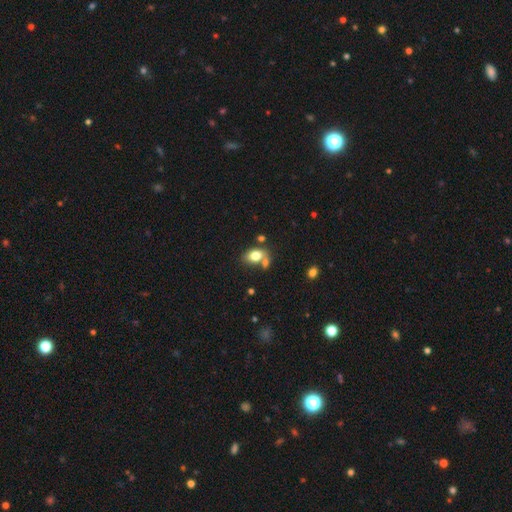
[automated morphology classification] The model was most divided on "merging": none: 47%, merger: 33%, minor disturbance: 14%, major disturbance: 6%. More confident: how rounded — in between (81%); smooth or featured — smooth (77%).